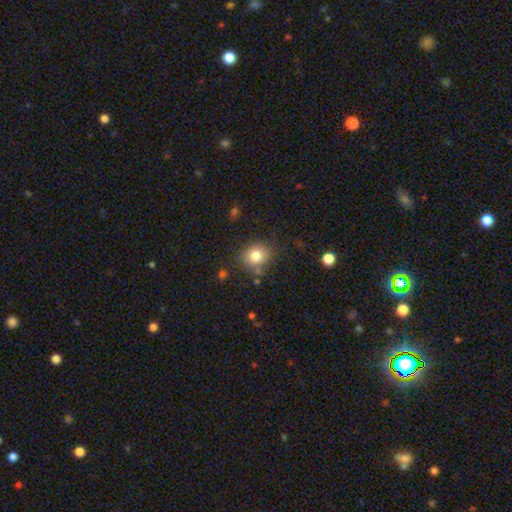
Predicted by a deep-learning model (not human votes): Smooth or featured?
  - smooth: 80% *
  - star or artifact: 11%
  - featured or disk: 9%
How rounded?
  - round: 73% *
  - in between: 26%
  - cigar-shaped: 1%
Merging?
  - none: 78% *
  - minor disturbance: 13%
  - major disturbance: 4%
  - merger: 4%